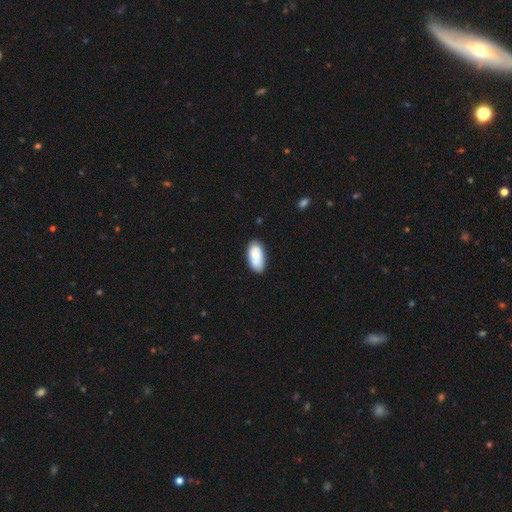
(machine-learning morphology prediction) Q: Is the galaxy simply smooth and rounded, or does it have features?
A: smooth — 75%.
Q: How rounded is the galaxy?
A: in between — 94%.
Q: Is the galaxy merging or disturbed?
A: none — 73%.